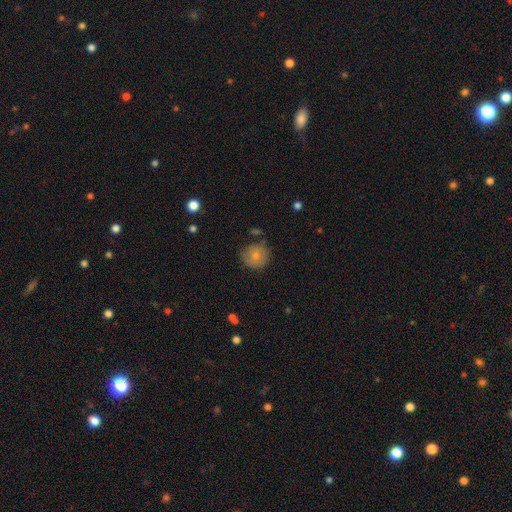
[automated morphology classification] smooth_or_featured: smooth (p=0.74) [alt: featured or disk p=0.18]
how_rounded: round (p=0.90) [alt: in between p=0.09]
merging: none (p=0.73) [alt: minor disturbance p=0.20]